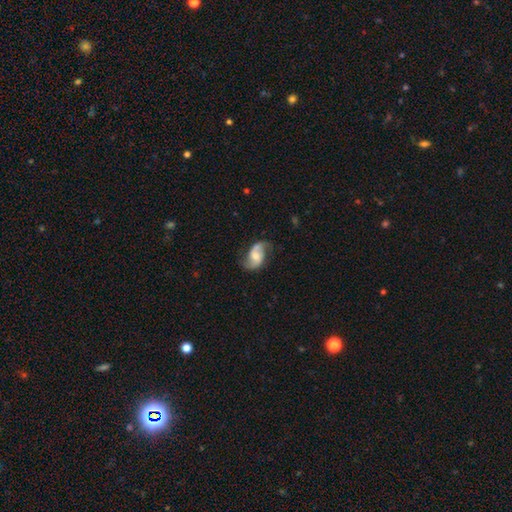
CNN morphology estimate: Smooth or featured? Predicted: featured or disk (p=0.79). Edge-on disk? Predicted: no (p=0.97). Bar? Predicted: no (p=0.49). Spiral arms? Predicted: yes (p=0.94). Spiral winding? Predicted: loose (p=0.58). Spiral arm count? Predicted: 2 (p=0.91). Bulge size? Predicted: moderate (p=0.59). Merging? Predicted: none (p=0.71).